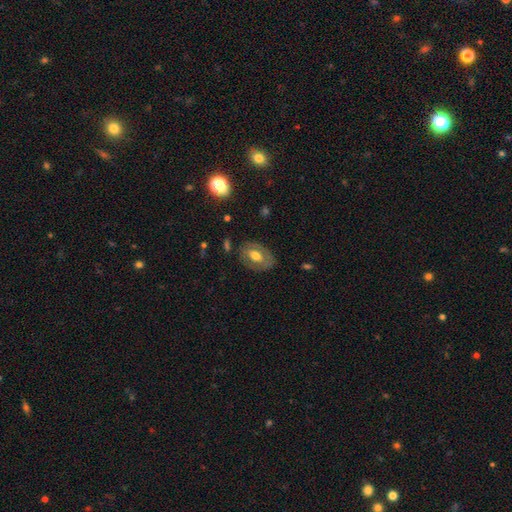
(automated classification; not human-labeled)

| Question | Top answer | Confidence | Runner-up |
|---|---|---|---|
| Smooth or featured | smooth | 48% | featured or disk (45%) |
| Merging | none | 76% | minor disturbance (17%) |